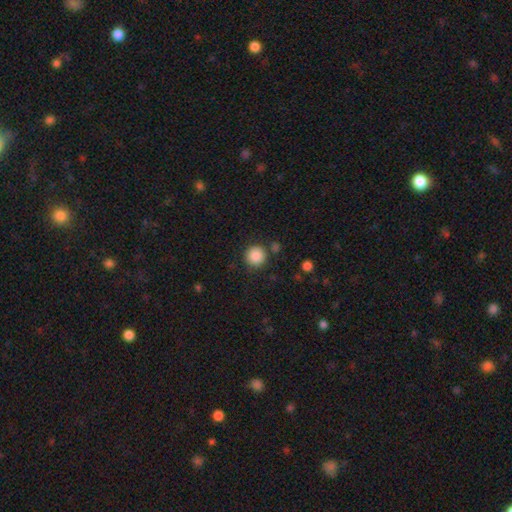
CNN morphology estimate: This appears to be a smooth galaxy with no disk features (88%) that is round (94%). Merging: none (86%).